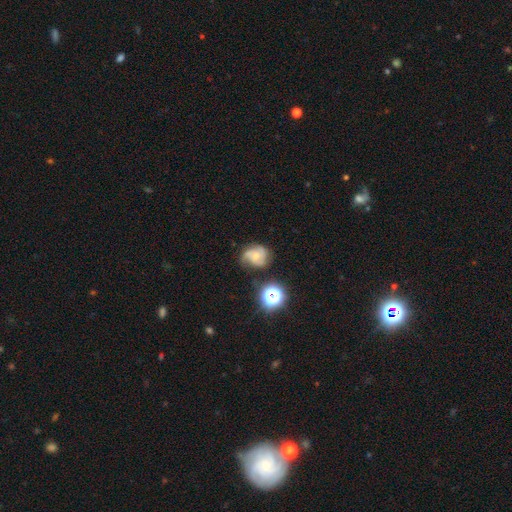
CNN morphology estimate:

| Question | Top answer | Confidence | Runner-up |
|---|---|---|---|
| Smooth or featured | featured or disk | 63% | smooth (26%) |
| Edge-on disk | no | 98% | yes (2%) |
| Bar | no | 74% | weak (23%) |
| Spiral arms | yes | 92% | no (8%) |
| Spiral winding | medium | 47% | tight (31%) |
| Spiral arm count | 3 | 56% | 2 (18%) |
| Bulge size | small | 57% | moderate (29%) |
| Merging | none | 61% | minor disturbance (24%) |